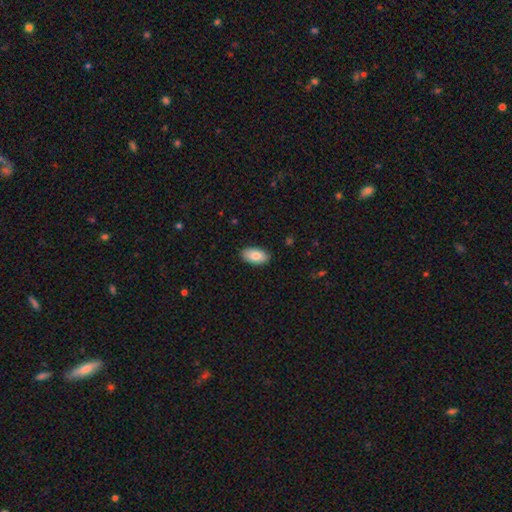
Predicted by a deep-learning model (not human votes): The model was most divided on "smooth or featured": smooth: 85%, featured or disk: 9%, star or artifact: 6%. More confident: how rounded — in between (94%); merging — none (89%).